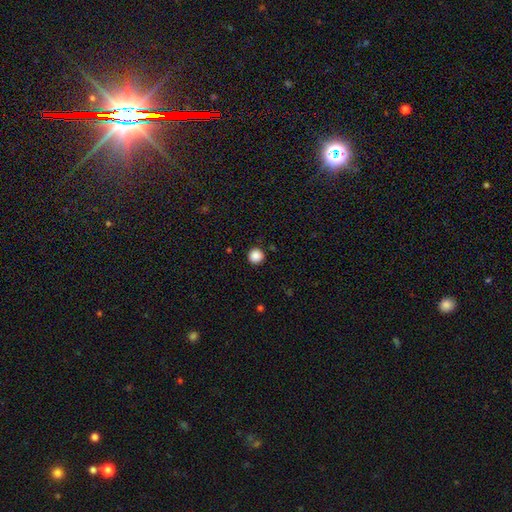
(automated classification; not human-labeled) A smooth galaxy with no disk features (87%) that is round (95%). Merging: none (92%).